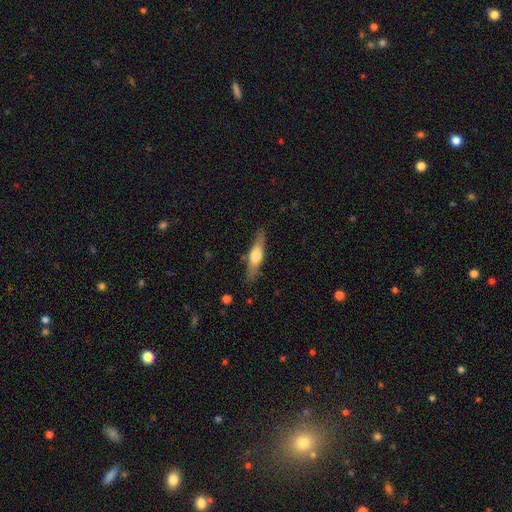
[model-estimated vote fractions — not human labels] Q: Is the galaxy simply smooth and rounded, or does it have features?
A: featured or disk — 49%.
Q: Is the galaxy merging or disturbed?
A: none — 83%.